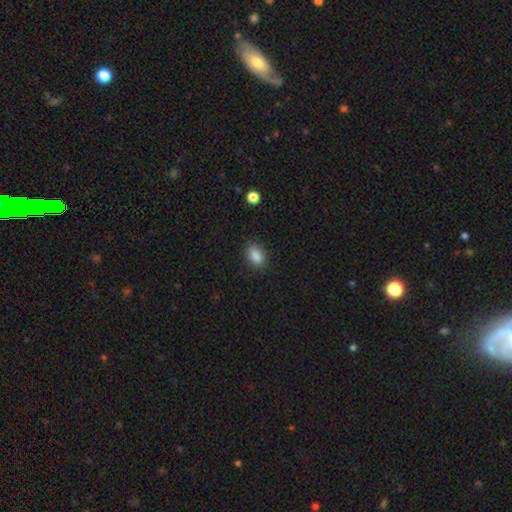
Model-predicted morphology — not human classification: Overall: smooth (87%). How rounded: in between (79%). Merging: none (81%).